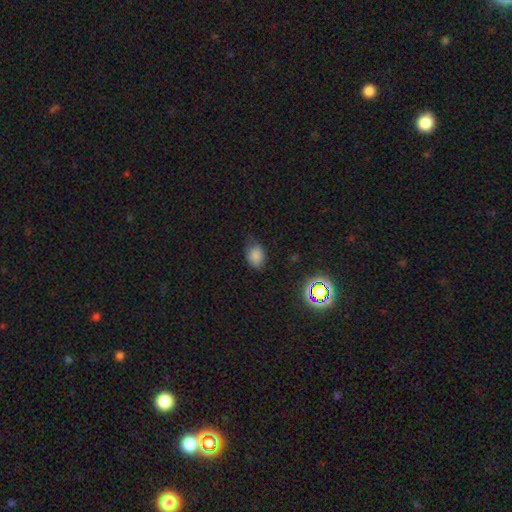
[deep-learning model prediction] smooth_or_featured: smooth (p=0.80) [alt: star or artifact p=0.13]
how_rounded: in between (p=0.68) [alt: round p=0.31]
merging: none (p=0.61) [alt: minor disturbance p=0.30]